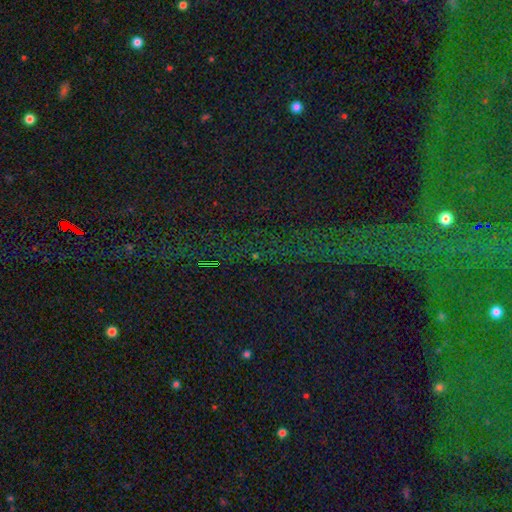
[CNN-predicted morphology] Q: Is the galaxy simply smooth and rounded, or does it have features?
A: star or artifact — 79%.